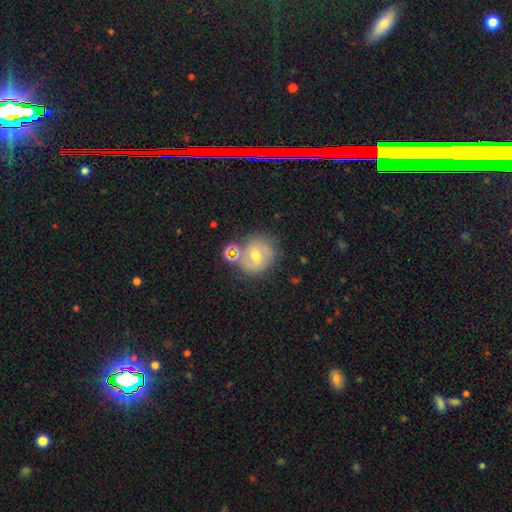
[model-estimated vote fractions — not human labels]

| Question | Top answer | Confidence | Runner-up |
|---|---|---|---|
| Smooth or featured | smooth | 47% | featured or disk (41%) |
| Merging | none | 68% | minor disturbance (16%) |